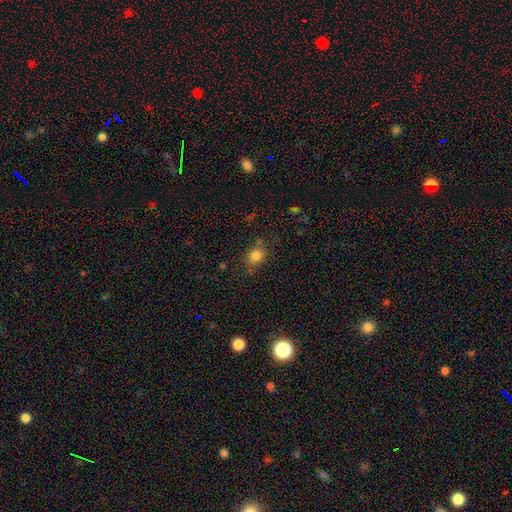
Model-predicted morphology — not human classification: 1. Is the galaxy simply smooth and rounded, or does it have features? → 81% smooth, 12% star or artifact, 7% featured or disk.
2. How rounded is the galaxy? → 54% round, 45% in between, 1% cigar-shaped.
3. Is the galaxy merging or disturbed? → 72% none, 17% minor disturbance, 6% merger, 5% major disturbance.